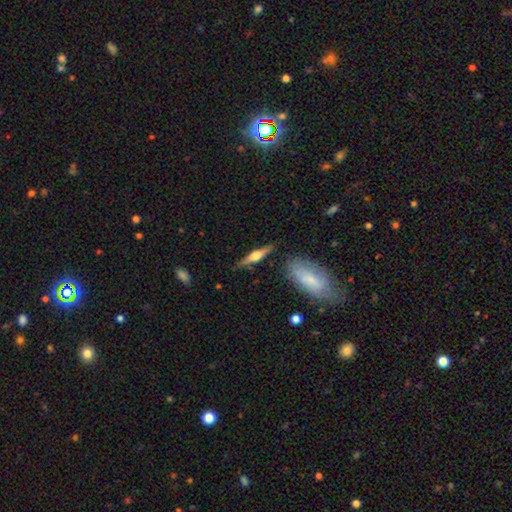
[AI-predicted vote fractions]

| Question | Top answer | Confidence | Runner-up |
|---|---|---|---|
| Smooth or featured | featured or disk | 62% | smooth (32%) |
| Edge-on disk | yes | 95% | no (5%) |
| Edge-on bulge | rounded | 90% | boxy (7%) |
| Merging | none | 81% | minor disturbance (12%) |